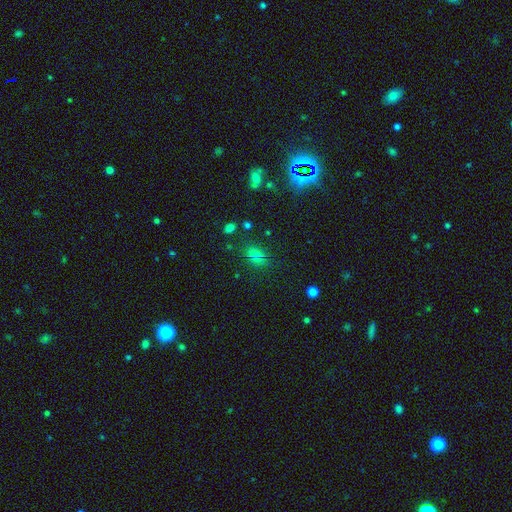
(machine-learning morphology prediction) A smooth galaxy with no disk features (64%) that is in between round and cigar-shaped (67%). Merging: none (75%).